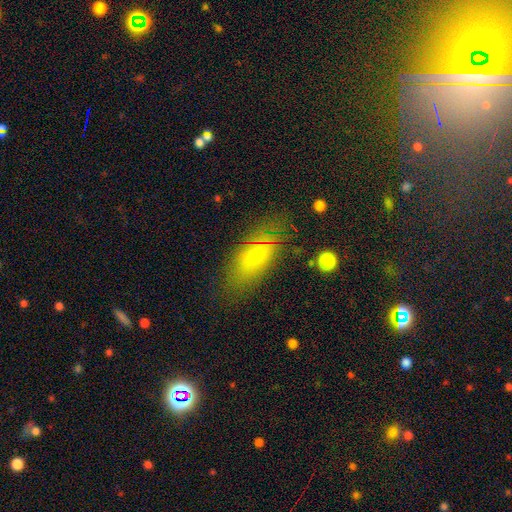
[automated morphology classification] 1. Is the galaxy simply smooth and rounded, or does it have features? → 67% smooth, 23% featured or disk, 11% star or artifact.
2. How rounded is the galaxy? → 70% in between, 27% cigar-shaped, 3% round.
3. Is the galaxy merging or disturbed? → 71% none, 19% minor disturbance, 8% major disturbance, 2% merger.